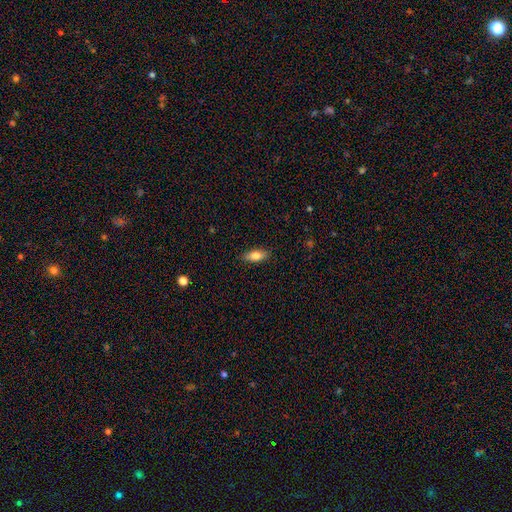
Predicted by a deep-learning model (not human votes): A smooth galaxy with no disk features (79%) that is in between round and cigar-shaped (77%). Merging: none (88%).